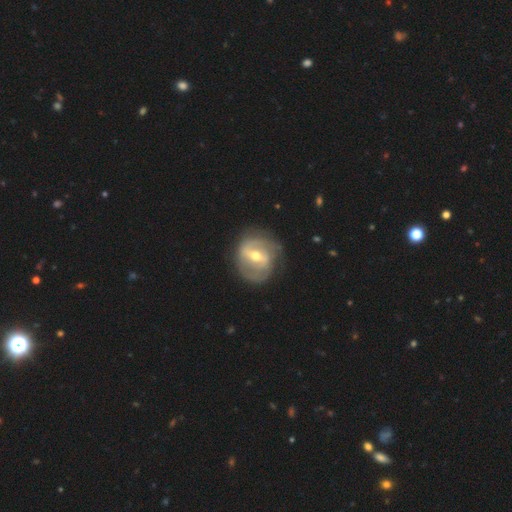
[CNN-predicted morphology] smooth-or-featured: featured or disk: 79% | smooth: 16% | star or artifact: 5%
  disk-edge-on: no: 96% | yes: 4%
    bar: strong: 46% | weak: 40% | no: 14%
    has-spiral-arms: yes: 82% | no: 18%
      spiral-winding: tight: 42% | medium: 39% | loose: 19%
      spiral-arm-count: 2: 68% | can't tell: 18% | 3: 6% | 1: 5% | 4: 2% | more than 4: 2%
    bulge-size: moderate: 65% | small: 29% | large: 4% | none: 1% | dominant: 1%
  merging: none: 73% | minor disturbance: 18% | major disturbance: 8% | merger: 2%